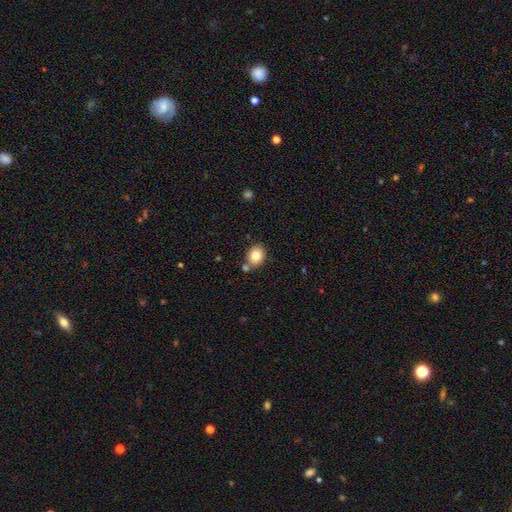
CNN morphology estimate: Smooth or featured: smooth — 81% (featured or disk — 9%)
How rounded: round — 53% (in between — 46%)
Merging: none — 74% (merger — 13%)